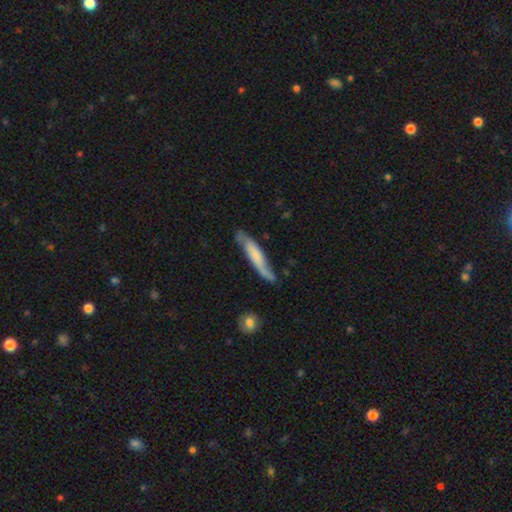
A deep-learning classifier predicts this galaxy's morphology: smooth-or-featured: featured or disk: 48% | smooth: 47% | star or artifact: 5%
  merging: none: 66% | minor disturbance: 24% | major disturbance: 6% | merger: 3%